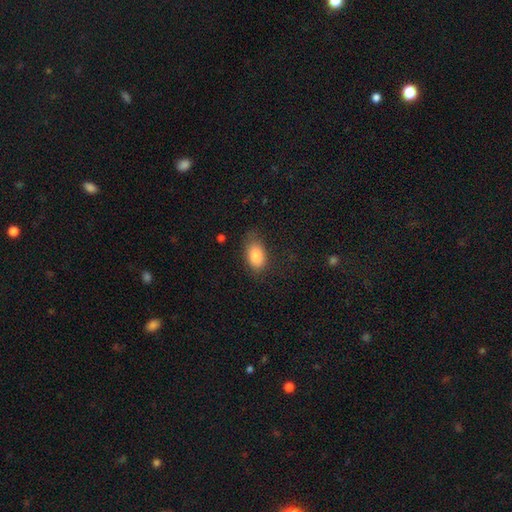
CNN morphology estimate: A smooth galaxy with no disk features (85%) that is in between round and cigar-shaped (90%). Merging: none (72%).